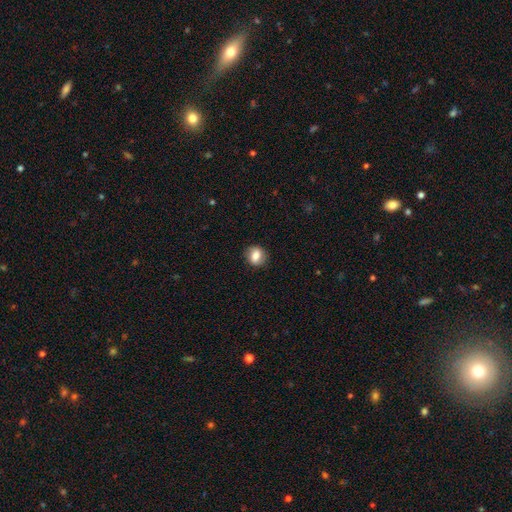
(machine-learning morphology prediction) A smooth galaxy with no disk features (71%) that is round (68%).

Vote fractions:
- Smooth or featured? smooth: 71% / featured or disk: 20% / star or artifact: 9%
- How rounded? round: 68% / in between: 31% / cigar-shaped: 1%
- Merging? none: 85% / minor disturbance: 11% / major disturbance: 3% / merger: 1%